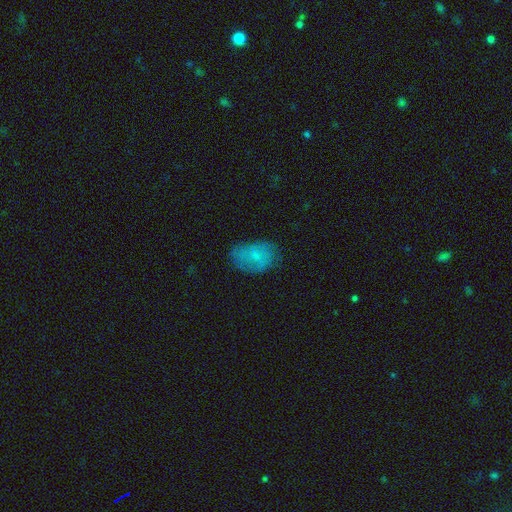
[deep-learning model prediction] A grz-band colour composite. It shows a smooth galaxy with no disk features (67%) that is in between round and cigar-shaped (84%). Merging: none (60%).